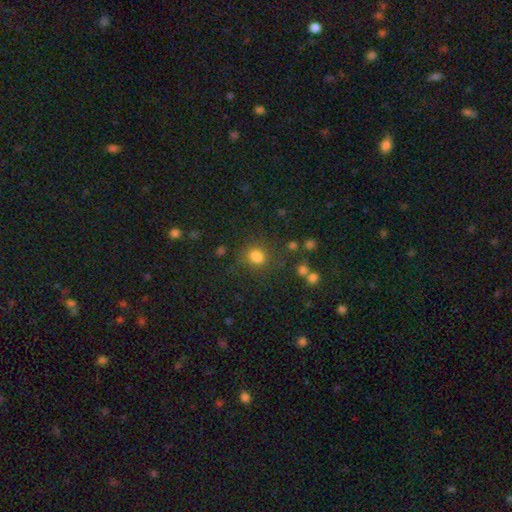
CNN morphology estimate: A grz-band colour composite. It shows a smooth galaxy with no disk features (80%) that is round (56%). Merging: none (72%).